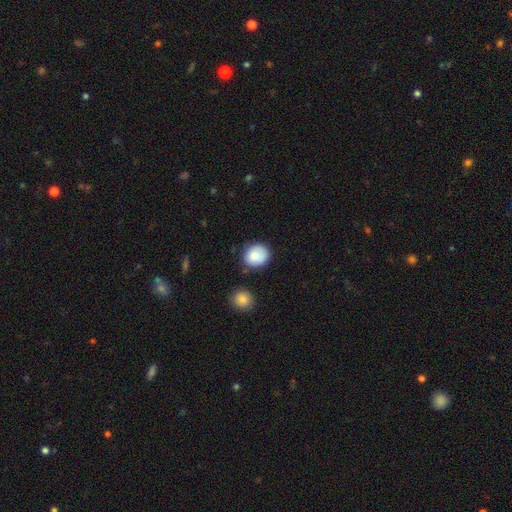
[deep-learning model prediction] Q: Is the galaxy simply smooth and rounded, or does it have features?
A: smooth — 84%.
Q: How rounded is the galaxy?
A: round — 76%.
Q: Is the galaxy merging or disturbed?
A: none — 71%.